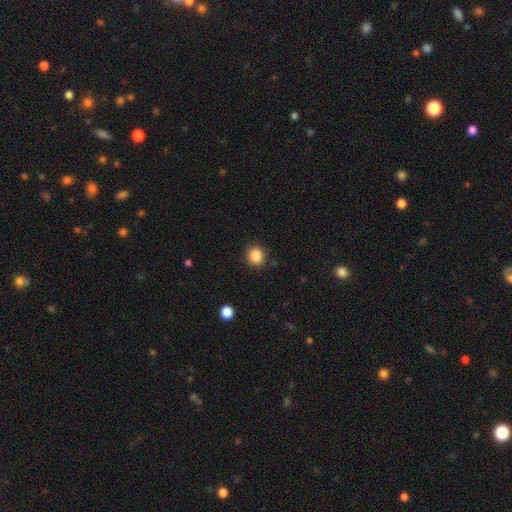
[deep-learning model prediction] Overall: smooth (86%). How rounded: round (85%). Merging: none (89%).